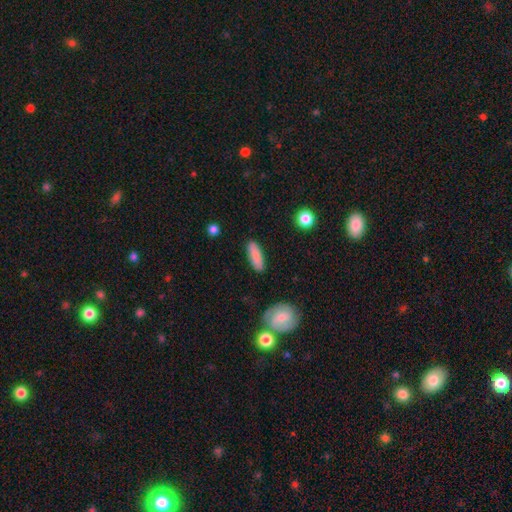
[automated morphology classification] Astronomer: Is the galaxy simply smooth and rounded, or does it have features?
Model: smooth — 84%.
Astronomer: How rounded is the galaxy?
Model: cigar-shaped — 56% (runner-up: in between, 42%).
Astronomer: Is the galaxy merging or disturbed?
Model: none — 87%.